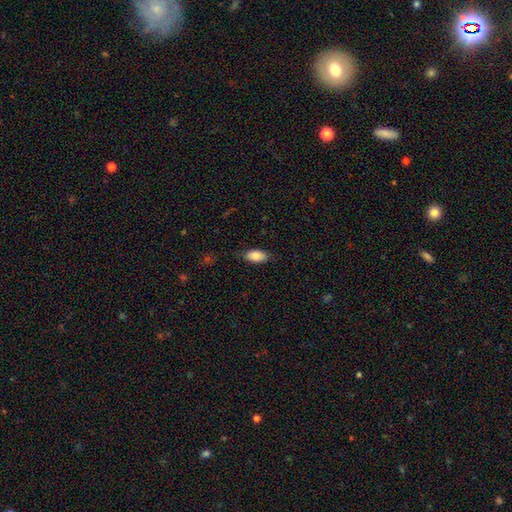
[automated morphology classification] Smooth or featured?
  - smooth: 85% *
  - featured or disk: 8%
  - star or artifact: 7%
How rounded?
  - in between: 92% *
  - cigar-shaped: 4%
  - round: 4%
Merging?
  - none: 79% *
  - minor disturbance: 16%
  - major disturbance: 4%
  - merger: 1%